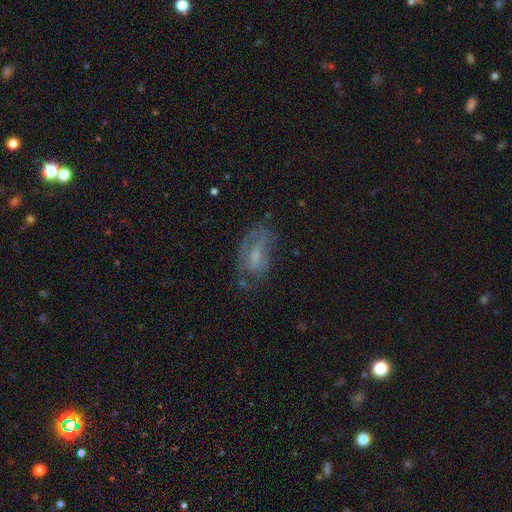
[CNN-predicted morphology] type=featured or disk (53%); edge-on=no (91%); merging=none (51%).